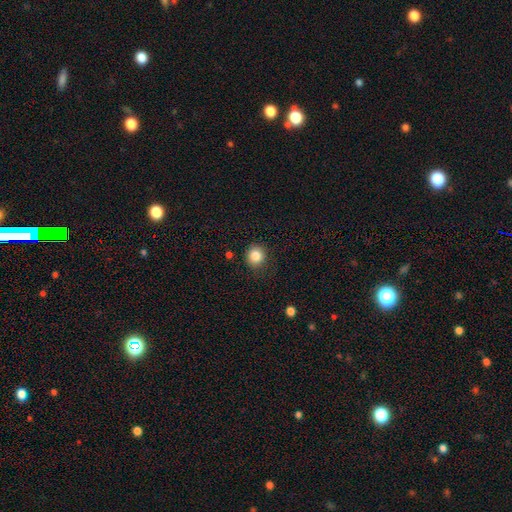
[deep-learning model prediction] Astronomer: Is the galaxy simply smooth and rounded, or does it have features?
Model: smooth — 85%.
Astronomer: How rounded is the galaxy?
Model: round — 87%.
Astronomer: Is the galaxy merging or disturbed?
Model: none — 86%.